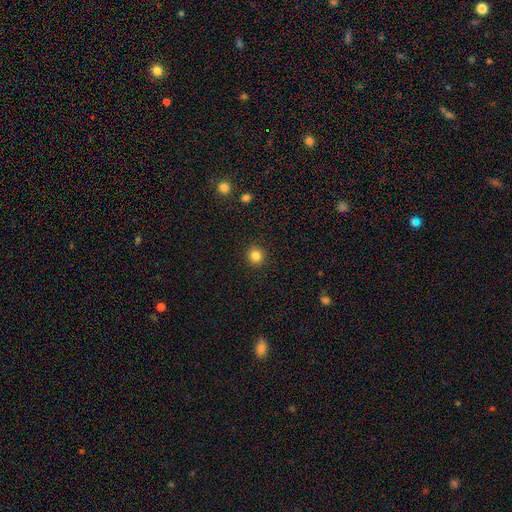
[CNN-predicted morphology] This appears to be a smooth galaxy with no disk features (83%) that is round (91%). Merging: none (92%).